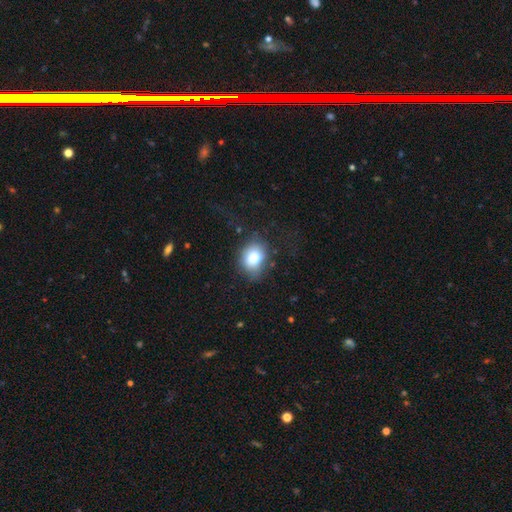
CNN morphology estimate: type=smooth (79%); roundness=round (50%); merging=none (65%).